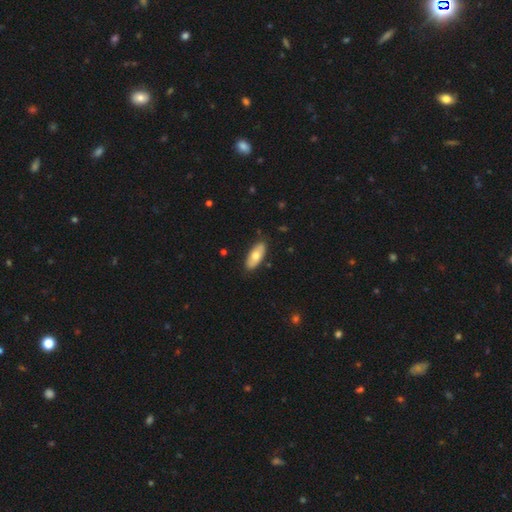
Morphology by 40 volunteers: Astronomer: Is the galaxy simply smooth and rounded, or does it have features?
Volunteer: smooth — 72%.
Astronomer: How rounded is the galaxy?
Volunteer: in between — 86%.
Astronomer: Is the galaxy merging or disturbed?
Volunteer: none — 82%.